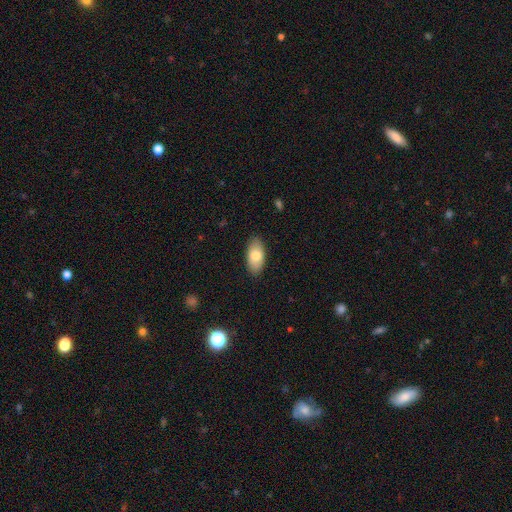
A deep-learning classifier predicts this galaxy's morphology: Overall: smooth (78%). How rounded: in between (93%). Merging: none (87%).